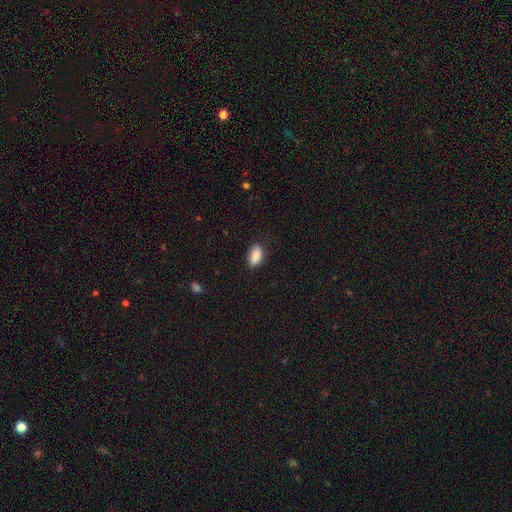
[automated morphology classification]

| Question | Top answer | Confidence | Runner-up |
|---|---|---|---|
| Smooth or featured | smooth | 88% | star or artifact (7%) |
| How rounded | in between | 92% | cigar-shaped (4%) |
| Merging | none | 82% | minor disturbance (14%) |